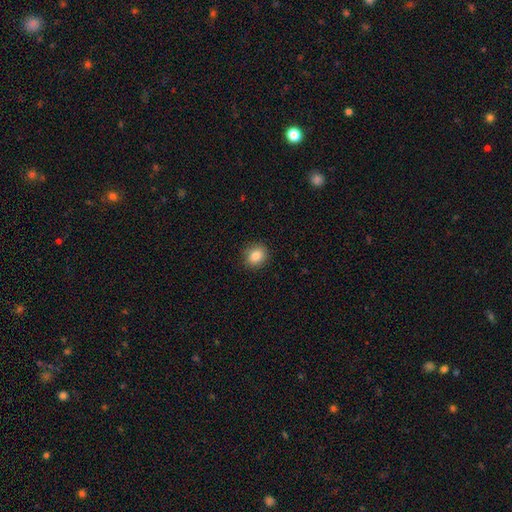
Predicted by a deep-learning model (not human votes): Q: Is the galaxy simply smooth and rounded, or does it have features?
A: smooth — 85%.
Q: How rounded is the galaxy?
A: round — 69%.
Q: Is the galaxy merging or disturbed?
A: none — 89%.